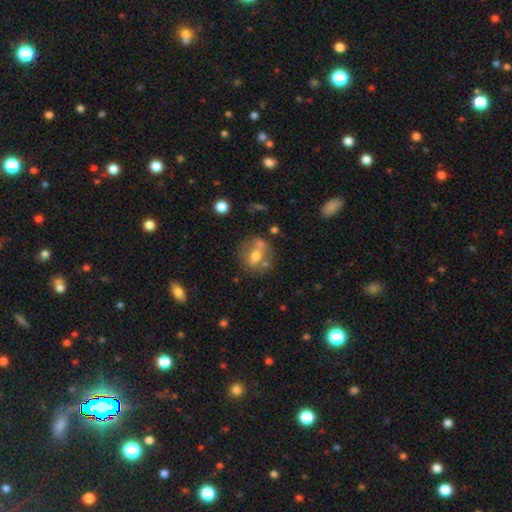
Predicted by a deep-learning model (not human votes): Smooth or featured?
  - smooth: 57% *
  - featured or disk: 31%
  - star or artifact: 12%
How rounded?
  - round: 61% *
  - in between: 37%
  - cigar-shaped: 2%
Merging?
  - none: 47% *
  - merger: 31%
  - minor disturbance: 15%
  - major disturbance: 7%